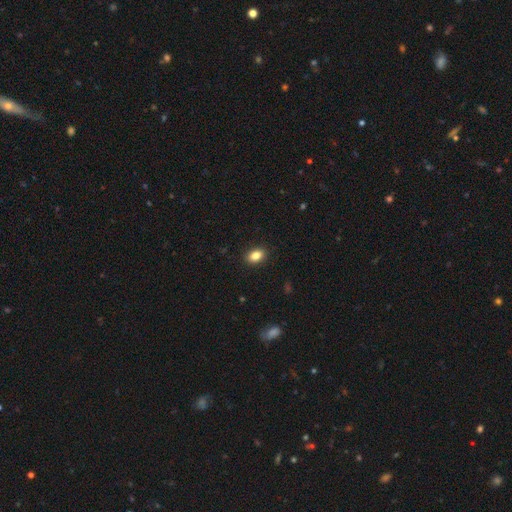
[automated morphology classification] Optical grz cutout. It shows a smooth galaxy with no disk features (85%) that is in between round and cigar-shaped (85%). Merging: none (89%).